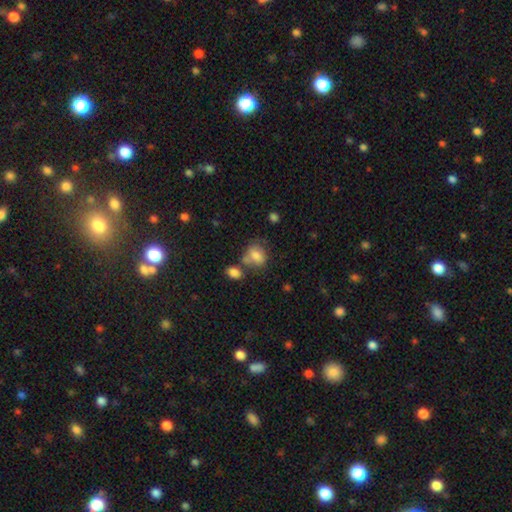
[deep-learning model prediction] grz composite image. It shows a smooth galaxy with no disk features (77%) that is in between round and cigar-shaped (57%). Merging: none (44%).